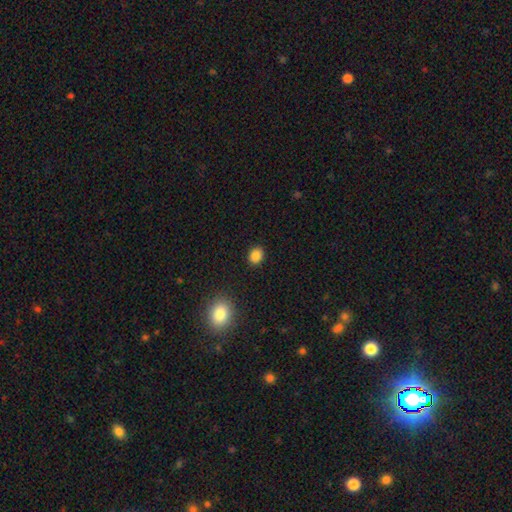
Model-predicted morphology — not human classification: This is clearly a smooth galaxy (85%). How rounded: possibly round (57%). Merging: clearly none (90%).